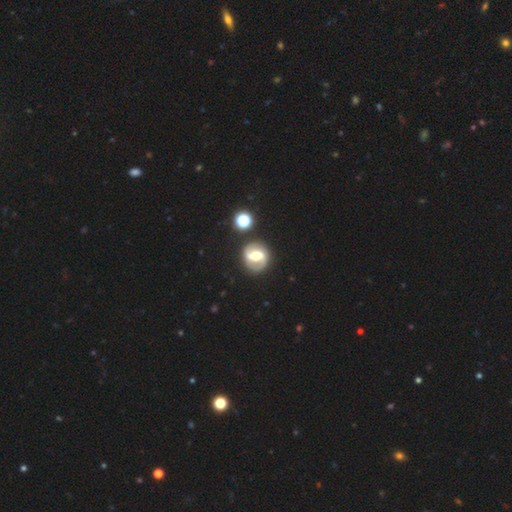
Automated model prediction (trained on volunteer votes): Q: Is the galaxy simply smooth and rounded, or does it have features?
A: featured or disk — 80%.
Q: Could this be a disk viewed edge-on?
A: no — 98%.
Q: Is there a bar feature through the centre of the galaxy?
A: strong — 47%.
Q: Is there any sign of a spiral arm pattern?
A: yes — 91%.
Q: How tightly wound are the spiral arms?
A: medium — 49%.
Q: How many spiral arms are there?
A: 2 — 89%.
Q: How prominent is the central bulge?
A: moderate — 57%.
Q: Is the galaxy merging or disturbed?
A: none — 81%.